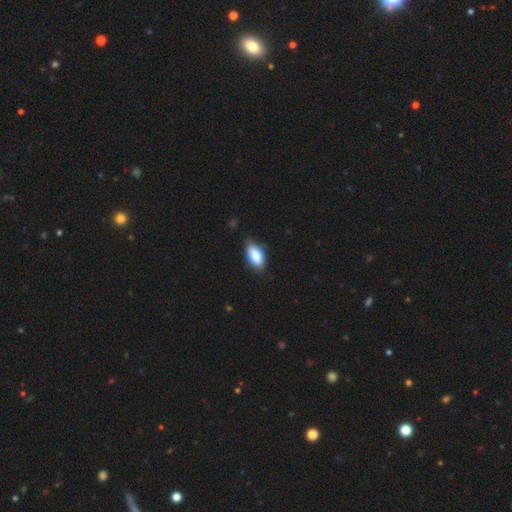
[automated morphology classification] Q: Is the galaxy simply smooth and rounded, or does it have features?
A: smooth — 78%.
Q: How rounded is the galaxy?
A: in between — 90%.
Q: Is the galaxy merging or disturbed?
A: none — 80%.